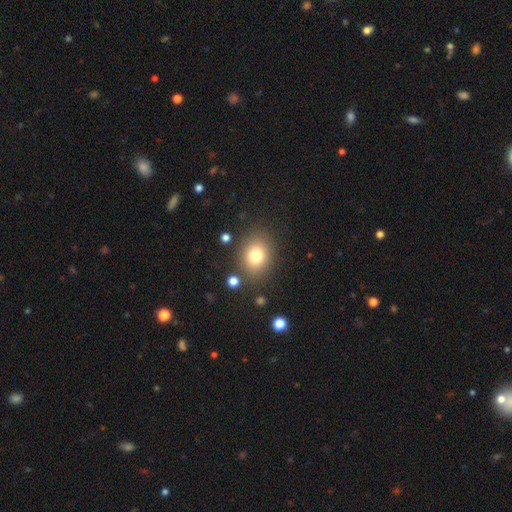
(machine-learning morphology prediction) Smooth or featured?
  - smooth: 78% *
  - star or artifact: 12%
  - featured or disk: 10%
How rounded?
  - round: 53% *
  - in between: 46%
  - cigar-shaped: 1%
Merging?
  - none: 83% *
  - minor disturbance: 10%
  - major disturbance: 4%
  - merger: 3%